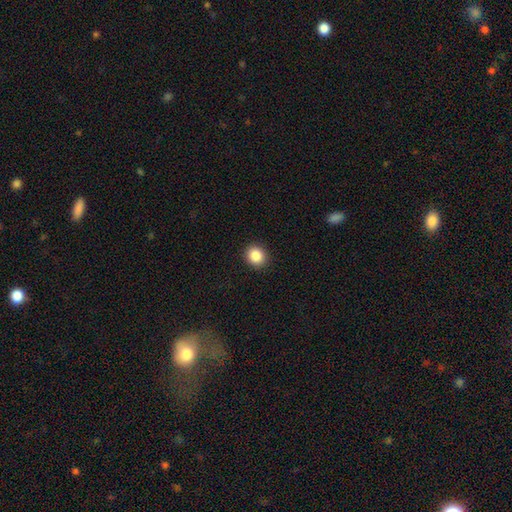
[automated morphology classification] A smooth galaxy with no disk features (86%) that is round (84%).

Vote fractions:
- Smooth or featured? smooth: 86% / star or artifact: 10% / featured or disk: 4%
- How rounded? round: 84% / in between: 15% / cigar-shaped: 1%
- Merging? none: 92% / minor disturbance: 6% / major disturbance: 2% / merger: 1%